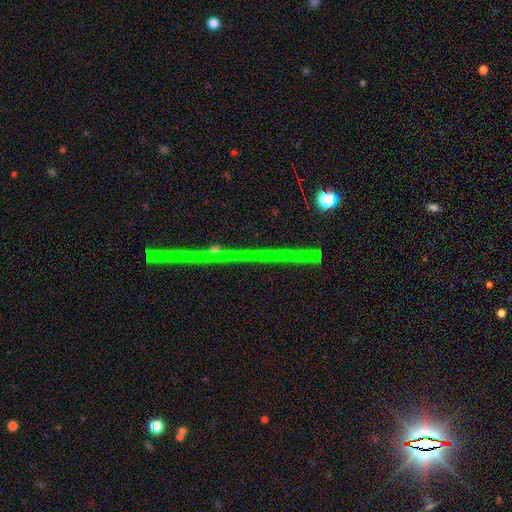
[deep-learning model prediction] This is likely a star or artifact rather than a galaxy (70%).